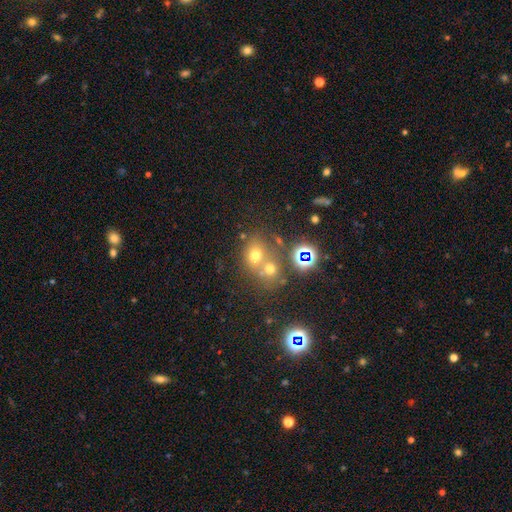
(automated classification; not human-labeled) smooth-or-featured: smooth: 59% | star or artifact: 25% | featured or disk: 16%
  how-rounded: round: 61% | in between: 38% | cigar-shaped: 1%
  merging: merger: 43% (tied) | none: 43% (tied) | minor disturbance: 9% | major disturbance: 5%